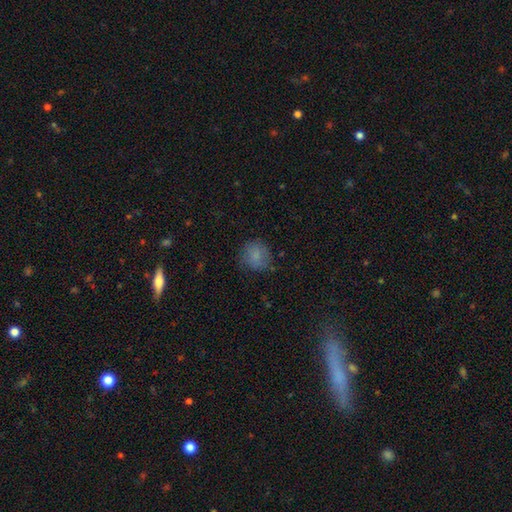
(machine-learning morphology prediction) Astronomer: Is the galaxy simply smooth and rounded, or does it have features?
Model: smooth — 80%.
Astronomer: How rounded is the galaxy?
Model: round — 85%.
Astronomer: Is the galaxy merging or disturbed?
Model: none — 76%.